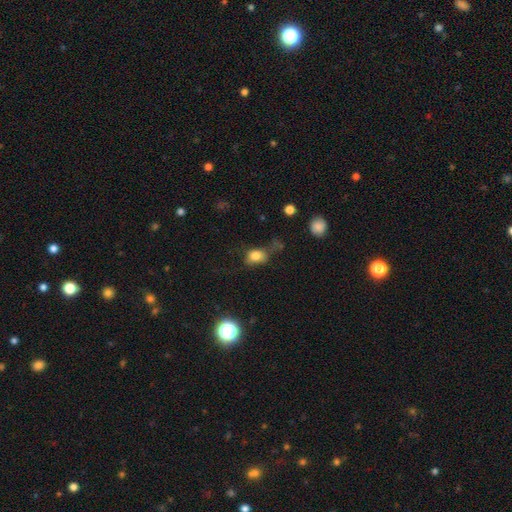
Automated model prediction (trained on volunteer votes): Q: Smooth or featured?
A: smooth (78%); runner-up: star or artifact (13%)
Q: How rounded?
A: in between (57%); runner-up: round (42%)
Q: Merging?
A: none (50%); runner-up: minor disturbance (28%)